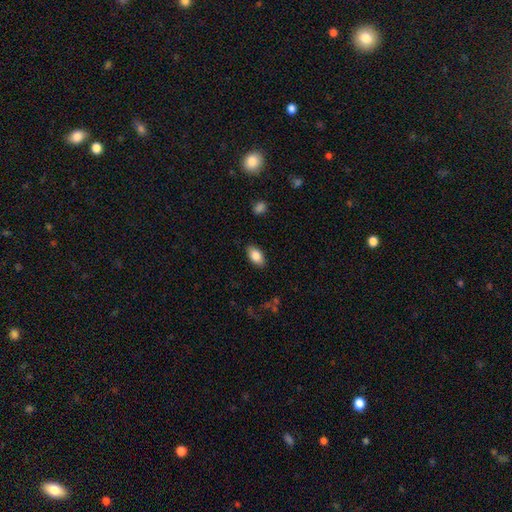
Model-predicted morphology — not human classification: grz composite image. It shows a smooth galaxy with no disk features (84%) that is in between round and cigar-shaped (93%). Merging: none (87%).